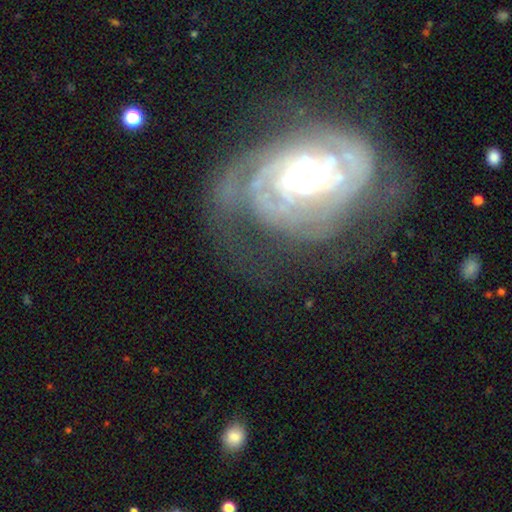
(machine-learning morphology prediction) smooth_or_featured: featured or disk (p=0.84) [alt: smooth p=0.08]
disk_edge_on: no (p=0.96) [alt: yes p=0.04]
bar: no (p=0.68) [alt: weak p=0.24]
has_spiral_arms: yes (p=0.93) [alt: no p=0.07]
spiral_winding: tight (p=0.71) [alt: medium p=0.23]
spiral_arm_count: can't tell (p=0.39) [alt: 2 p=0.21]
bulge_size: small (p=0.48) [alt: moderate p=0.42]
merging: none (p=0.56) [alt: minor disturbance p=0.21]